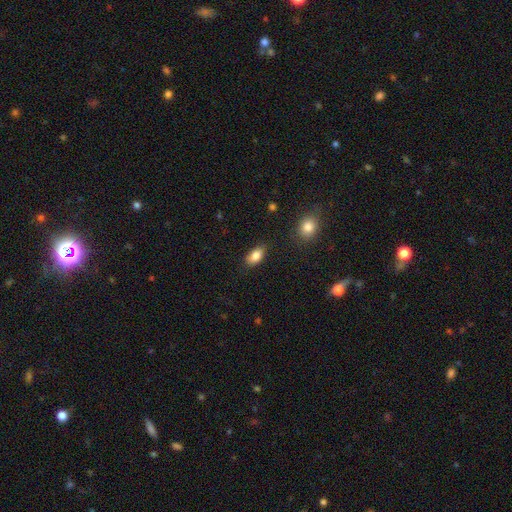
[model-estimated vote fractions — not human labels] Overall: smooth (84%). How rounded: in between (89%). Merging: none (83%).